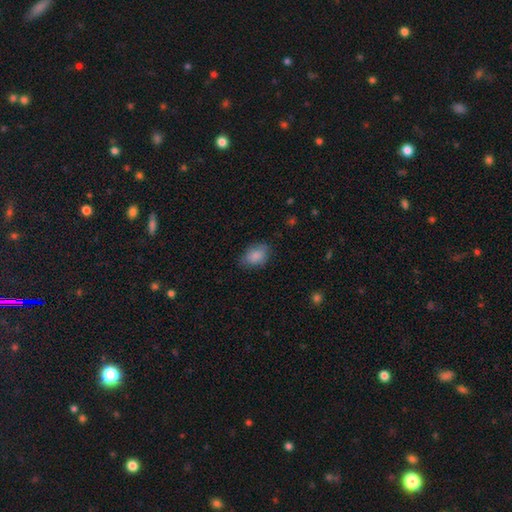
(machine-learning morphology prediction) Smooth or featured: smooth — 86% (star or artifact — 8%)
How rounded: in between — 80% (round — 19%)
Merging: none — 74% (minor disturbance — 20%)